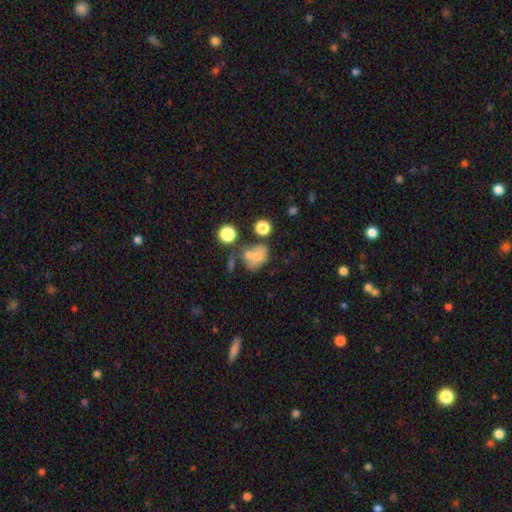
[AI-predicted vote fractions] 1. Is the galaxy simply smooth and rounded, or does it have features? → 64% smooth, 23% featured or disk, 13% star or artifact.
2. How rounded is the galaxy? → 56% in between, 43% round, 1% cigar-shaped.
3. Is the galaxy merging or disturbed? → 39% merger, 35% none, 15% minor disturbance, 11% major disturbance.